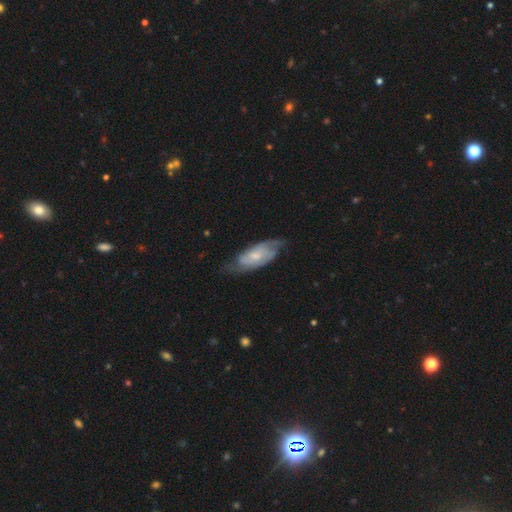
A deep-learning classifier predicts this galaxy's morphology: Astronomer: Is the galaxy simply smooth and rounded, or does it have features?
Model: featured or disk — 65%.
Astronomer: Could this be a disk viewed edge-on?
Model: no — 88%.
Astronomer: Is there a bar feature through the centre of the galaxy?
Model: no — 63%.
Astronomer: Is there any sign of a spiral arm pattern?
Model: yes — 86%.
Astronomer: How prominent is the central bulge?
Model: small — 46% (runner-up: moderate, 42%).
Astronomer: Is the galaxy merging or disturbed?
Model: none — 62%.